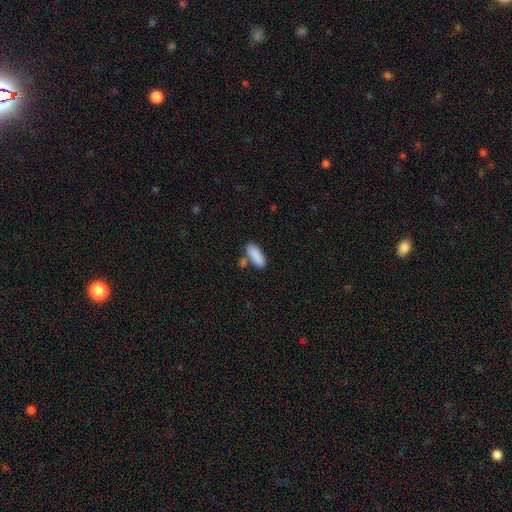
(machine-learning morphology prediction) This appears to be a smooth galaxy with no disk features (89%) that is in between round and cigar-shaped (76%). Merging: none (70%).